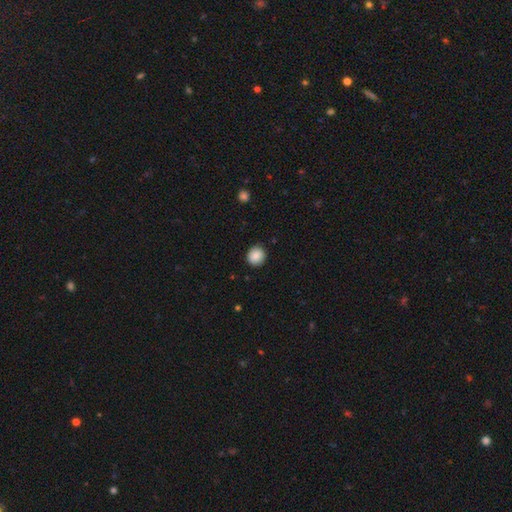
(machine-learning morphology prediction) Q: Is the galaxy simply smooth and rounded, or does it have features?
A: smooth — 88%.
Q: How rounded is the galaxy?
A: round — 90%.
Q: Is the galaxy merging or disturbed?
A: none — 90%.